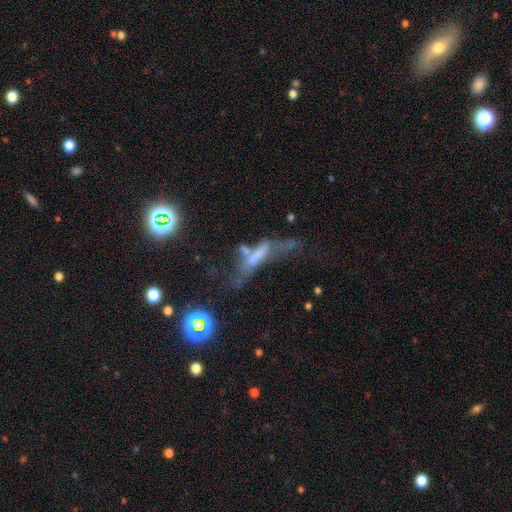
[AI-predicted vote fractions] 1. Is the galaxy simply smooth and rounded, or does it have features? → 44% smooth, 39% featured or disk, 17% star or artifact.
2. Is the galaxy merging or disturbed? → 35% major disturbance, 24% merger, 22% none, 18% minor disturbance.